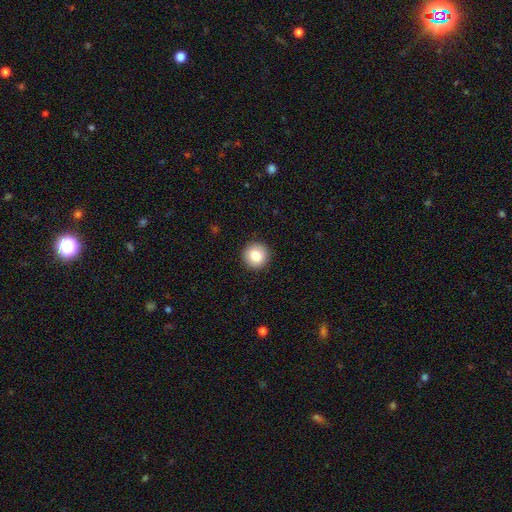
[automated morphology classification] Q: Smooth or featured?
A: smooth (83%); runner-up: star or artifact (8%)
Q: How rounded?
A: round (95%); runner-up: in between (4%)
Q: Merging?
A: none (92%); runner-up: minor disturbance (5%)